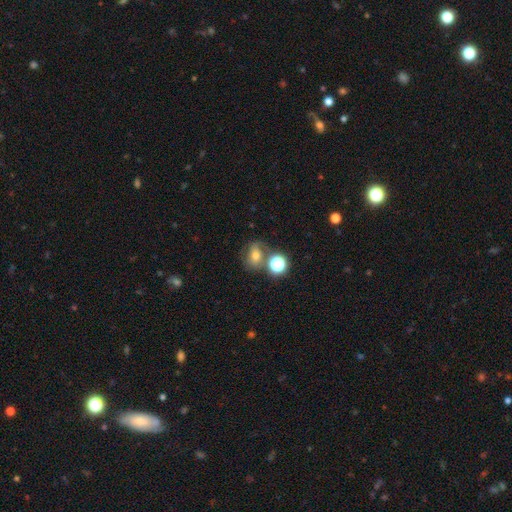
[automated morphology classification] This is possibly a smooth galaxy (57%). How rounded: possibly in between (50%). Merging: possibly none (55%).